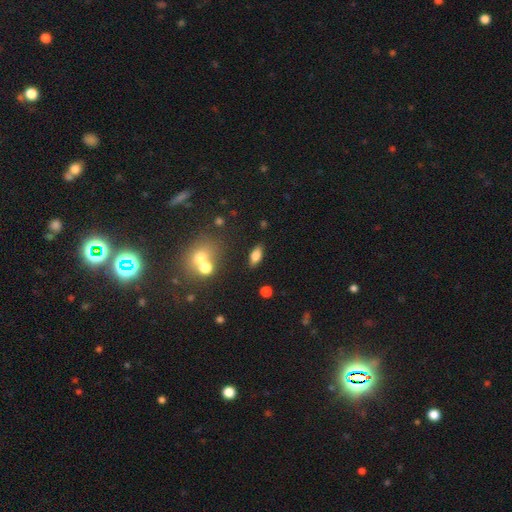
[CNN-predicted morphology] Smooth or featured?
  - smooth: 74% *
  - featured or disk: 16%
  - star or artifact: 10%
How rounded?
  - in between: 80% *
  - cigar-shaped: 15%
  - round: 5%
Merging?
  - none: 83% *
  - minor disturbance: 10%
  - merger: 4%
  - major disturbance: 3%